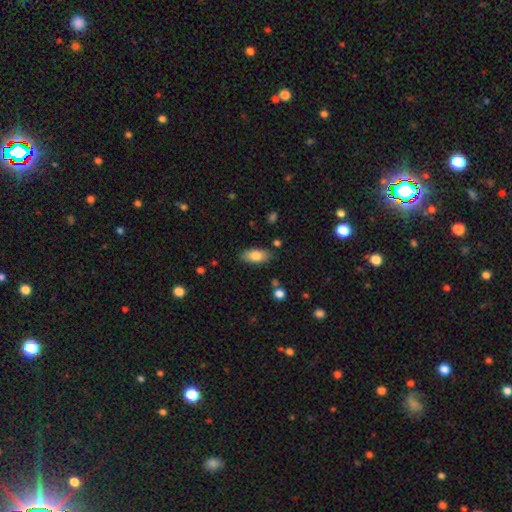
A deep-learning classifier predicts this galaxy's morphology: Smooth or featured?
  - smooth: 80% *
  - featured or disk: 13%
  - star or artifact: 7%
How rounded?
  - in between: 89% *
  - cigar-shaped: 8%
  - round: 3%
Merging?
  - none: 84% *
  - minor disturbance: 12%
  - major disturbance: 3%
  - merger: 2%